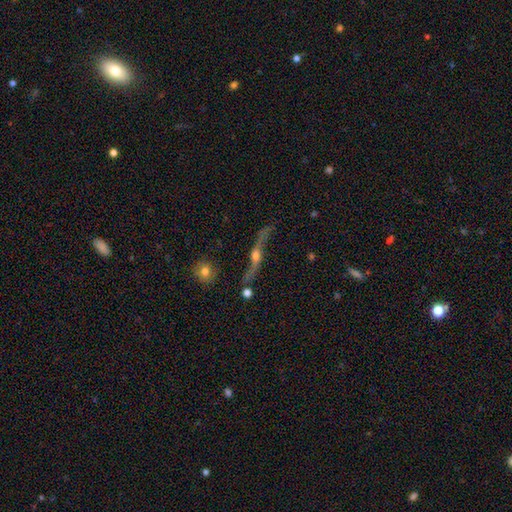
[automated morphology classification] The model was most divided on "edge-on disk": yes: 52%, no: 48%. More confident: smooth or featured — featured or disk (81%); merging — none (58%).